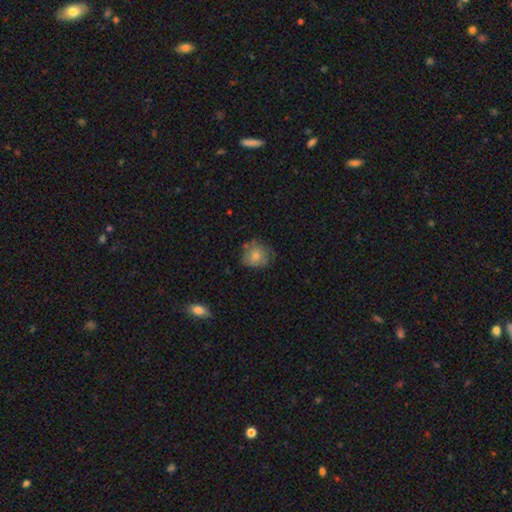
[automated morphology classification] A smooth galaxy with no disk features (68%) that is round (72%).

Vote fractions:
- Smooth or featured? smooth: 68% / featured or disk: 23% / star or artifact: 9%
- How rounded? round: 72% / in between: 27% / cigar-shaped: 1%
- Merging? none: 59% / minor disturbance: 27% / major disturbance: 12% / merger: 3%